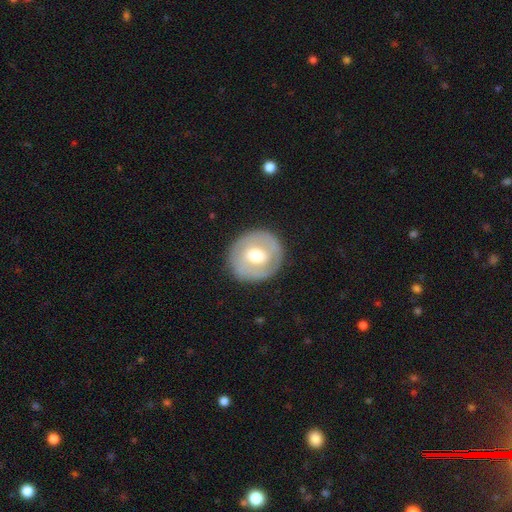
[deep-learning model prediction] Overall: smooth (47%, tied with featured or disk). Merging: none (85%).